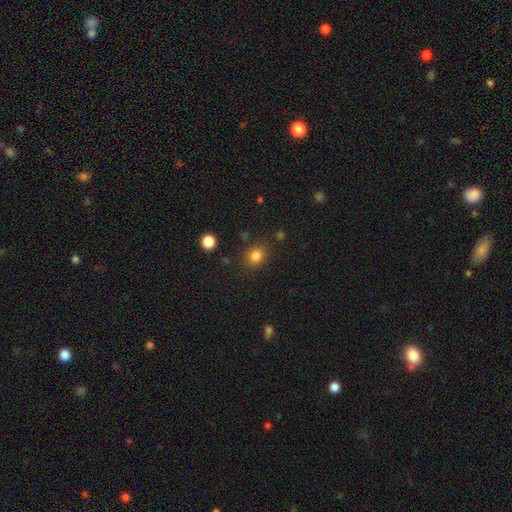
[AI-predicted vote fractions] smooth 83%, star or artifact 13%, featured or disk 5%. Down the decision tree: how rounded — round (71%); merging — none (82%).